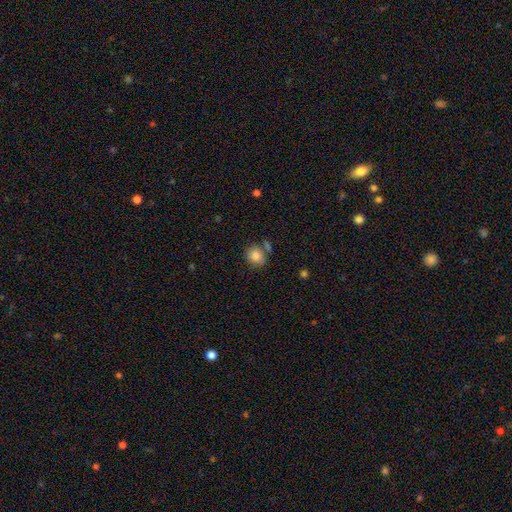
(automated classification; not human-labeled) smooth-or-featured: smooth: 83% | star or artifact: 9% | featured or disk: 8%
  how-rounded: round: 78% | in between: 21% | cigar-shaped: 1%
  merging: none: 68% | merger: 14% | minor disturbance: 14% | major disturbance: 4%